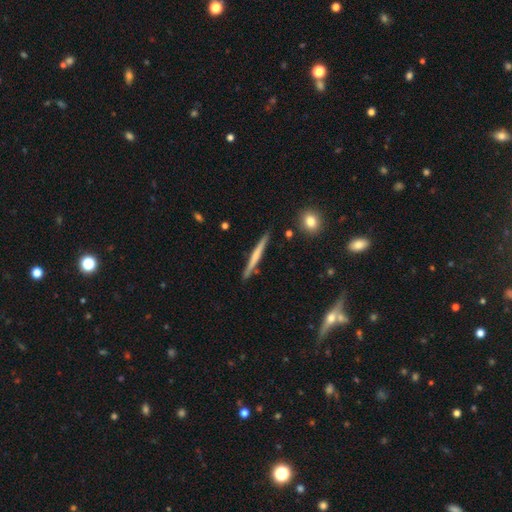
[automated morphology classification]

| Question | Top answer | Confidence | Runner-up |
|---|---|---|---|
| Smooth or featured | featured or disk | 48% | smooth (46%) |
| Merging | none | 88% | minor disturbance (8%) |